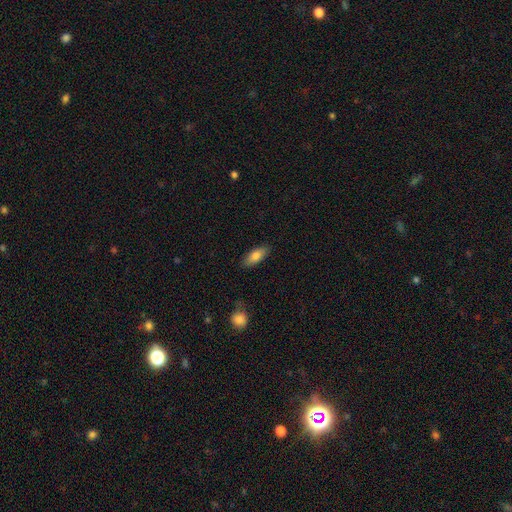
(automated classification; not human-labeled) Smooth or featured: smooth — 79% (featured or disk — 14%)
How rounded: in between — 78% (cigar-shaped — 20%)
Merging: none — 85% (minor disturbance — 11%)